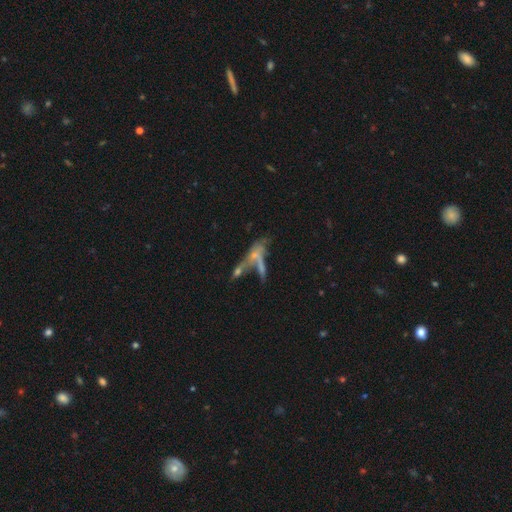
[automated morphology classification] This appears to be a featured or disk galaxy (46%). Merging: merger (54%).